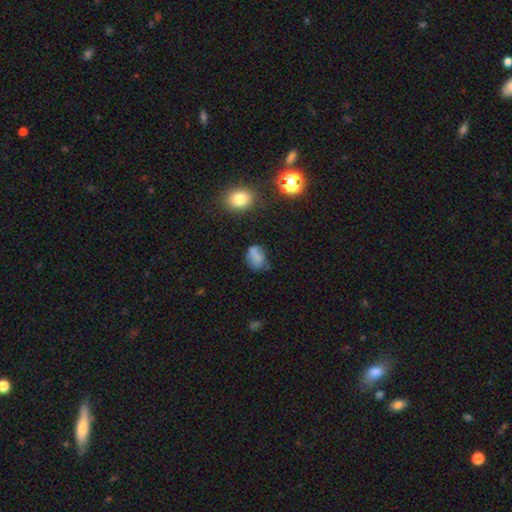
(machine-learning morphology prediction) A smooth galaxy with no disk features (69%) that is in between round and cigar-shaped (71%).

Vote fractions:
- Smooth or featured? smooth: 69% / featured or disk: 16% / star or artifact: 15%
- How rounded? in between: 71% / round: 26% / cigar-shaped: 2%
- Merging? none: 50% / minor disturbance: 30% / major disturbance: 14% / merger: 6%